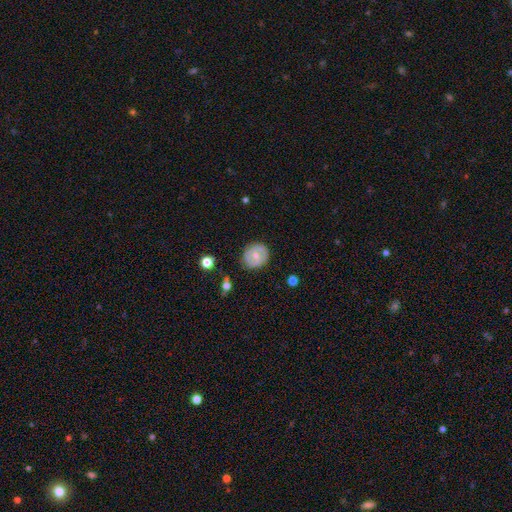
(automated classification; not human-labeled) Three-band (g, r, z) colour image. It shows a featured or disk galaxy (50%). Merging: none (83%).